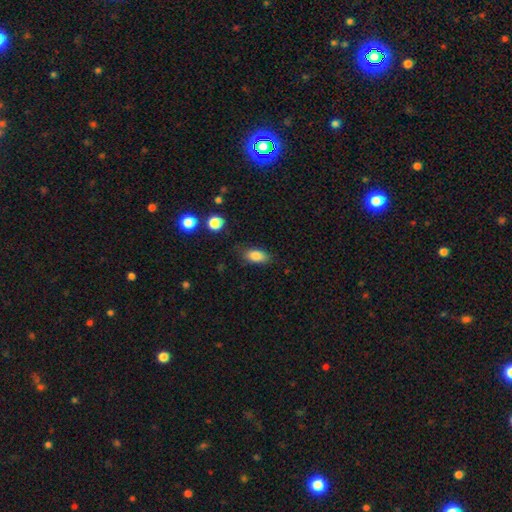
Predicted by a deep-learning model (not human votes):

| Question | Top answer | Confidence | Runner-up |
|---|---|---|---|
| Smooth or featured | smooth | 84% | star or artifact (9%) |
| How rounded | in between | 87% | round (7%) |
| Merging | none | 77% | minor disturbance (17%) |